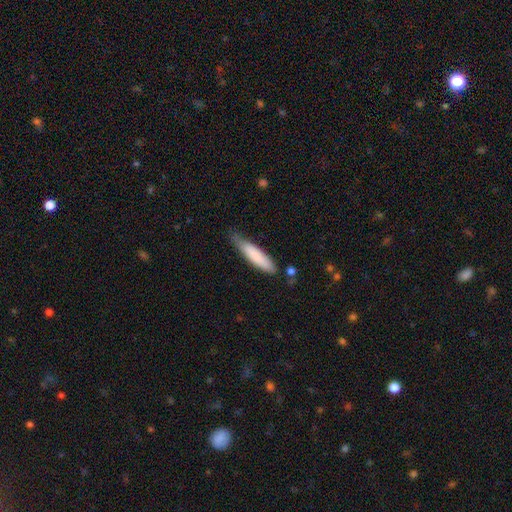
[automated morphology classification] smooth-or-featured: smooth: 80% | featured or disk: 15% | star or artifact: 5%
  how-rounded: cigar-shaped: 79% | in between: 19% | round: 1%
  merging: none: 60% | minor disturbance: 31% | major disturbance: 6% | merger: 3%